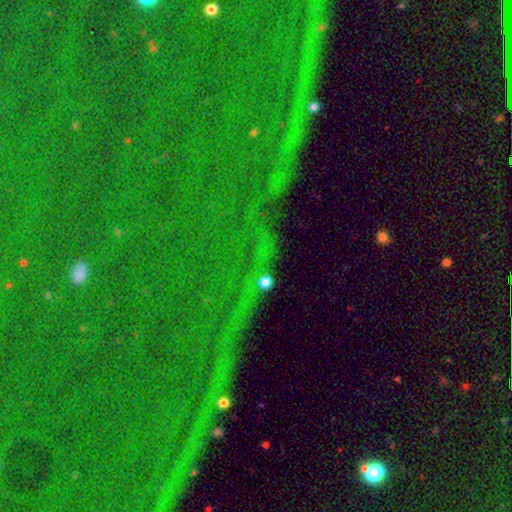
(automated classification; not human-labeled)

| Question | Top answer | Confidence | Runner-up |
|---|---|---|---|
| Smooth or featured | star or artifact | 80% | smooth (10%) |